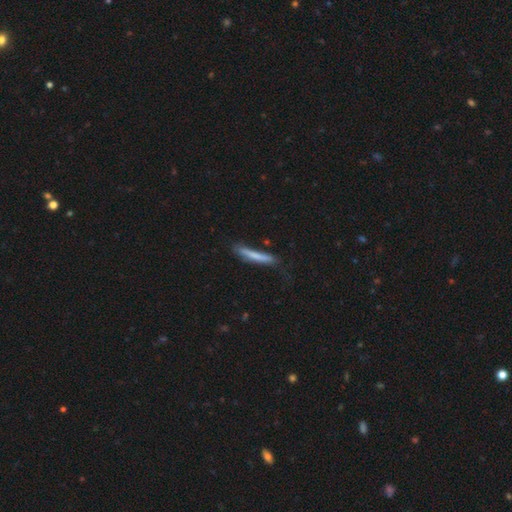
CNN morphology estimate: A smooth galaxy with no disk features (71%) that is cigar-shaped (95%).

Vote fractions:
- Smooth or featured? smooth: 71% / featured or disk: 23% / star or artifact: 6%
- How rounded? cigar-shaped: 95% / in between: 4% / round: 1%
- Merging? none: 71% / minor disturbance: 22% / major disturbance: 5% / merger: 3%